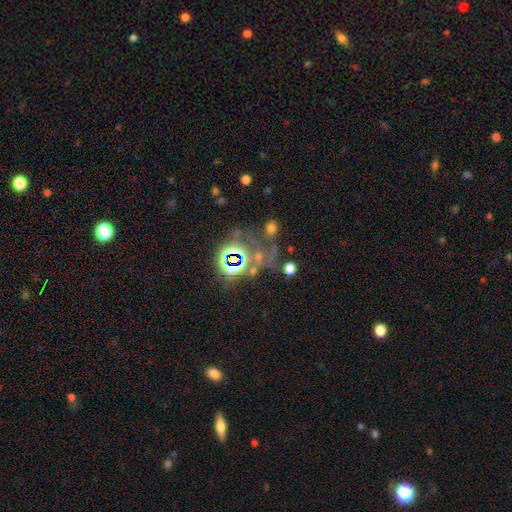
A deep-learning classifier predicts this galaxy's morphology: This is likely a star or artifact rather than a galaxy (64%).